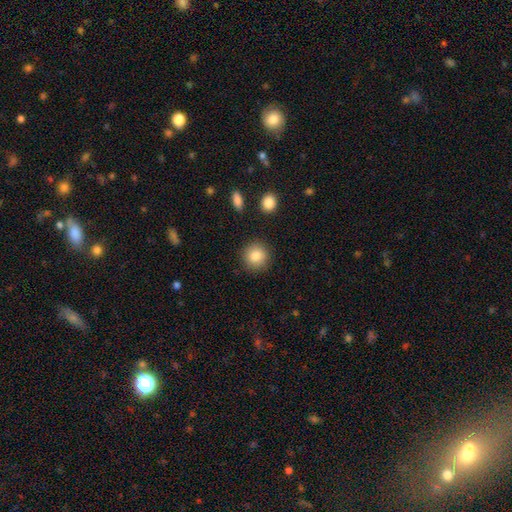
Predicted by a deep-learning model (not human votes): A smooth galaxy with no disk features (85%) that is round (91%). Merging: none (88%).